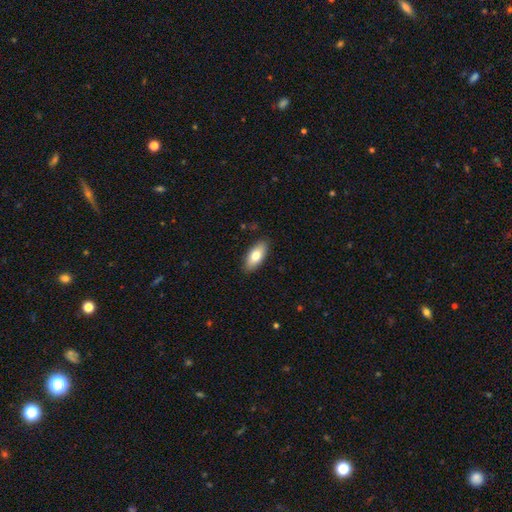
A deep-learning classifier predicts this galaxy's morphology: type=smooth (77%); roundness=in between (87%); merging=none (88%).